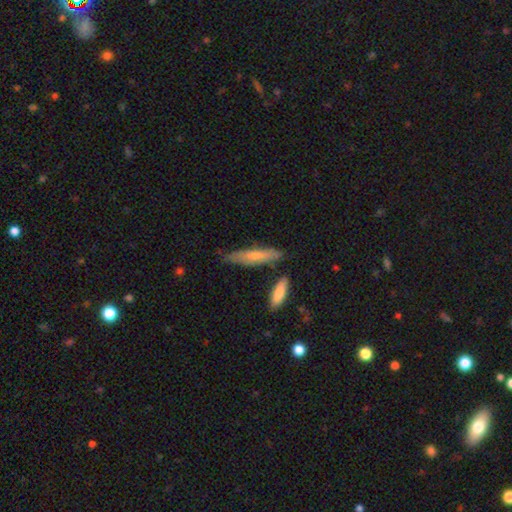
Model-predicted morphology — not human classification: smooth-or-featured: smooth: 67% | featured or disk: 28% | star or artifact: 5%
  how-rounded: cigar-shaped: 80% | in between: 18% | round: 2%
  merging: none: 74% | minor disturbance: 17% | merger: 6% | major disturbance: 3%